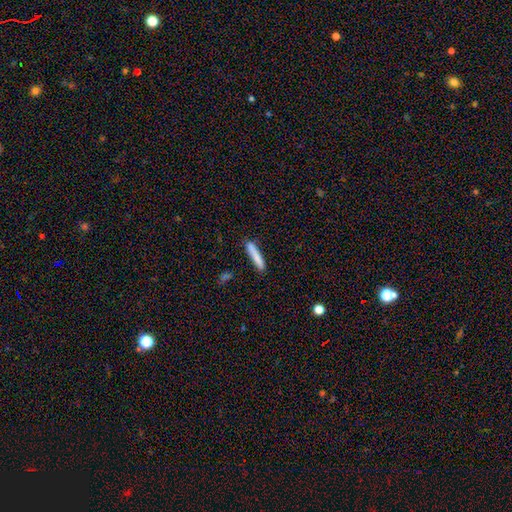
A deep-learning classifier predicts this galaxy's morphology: smooth-or-featured: smooth: 82% | featured or disk: 12% | star or artifact: 6%
  how-rounded: cigar-shaped: 93% | in between: 6% | round: 1%
  merging: none: 86% | minor disturbance: 10% | merger: 2% | major disturbance: 2%